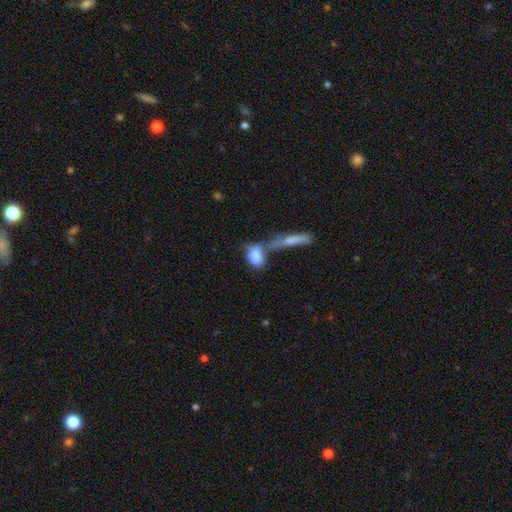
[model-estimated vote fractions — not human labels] smooth_or_featured: smooth (p=0.77) [alt: featured or disk p=0.15]
how_rounded: in between (p=0.74) [alt: round p=0.14]
merging: merger (p=0.51) [alt: none p=0.26]